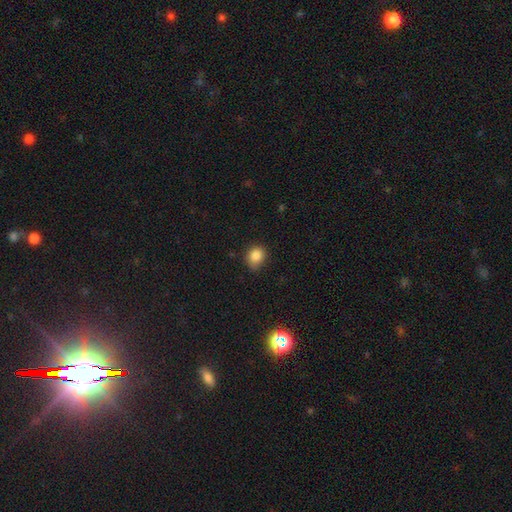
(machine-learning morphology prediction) Q: Smooth or featured?
A: smooth (84%); runner-up: star or artifact (11%)
Q: How rounded?
A: round (70%); runner-up: in between (30%)
Q: Merging?
A: none (72%); runner-up: minor disturbance (23%)